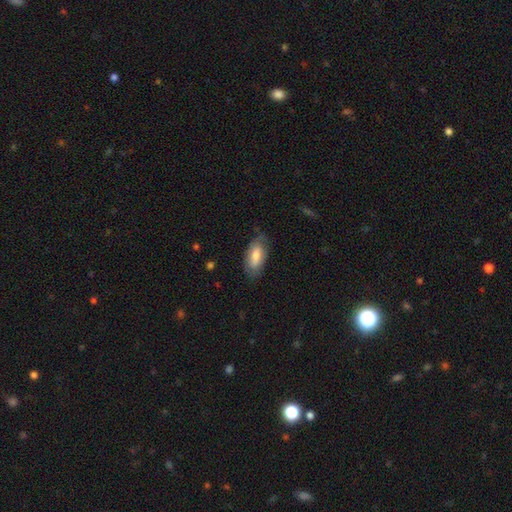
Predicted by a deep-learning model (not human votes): Q: Smooth or featured?
A: smooth (67%); runner-up: featured or disk (27%)
Q: How rounded?
A: in between (86%); runner-up: cigar-shaped (11%)
Q: Merging?
A: none (75%); runner-up: minor disturbance (19%)